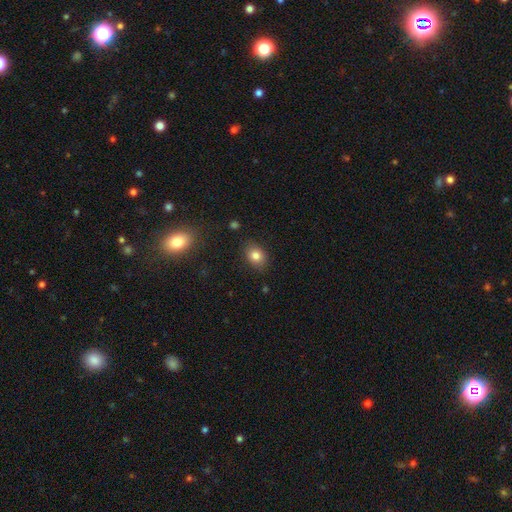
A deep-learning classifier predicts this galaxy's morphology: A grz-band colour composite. It shows a smooth galaxy with no disk features (81%) that is in between round and cigar-shaped (56%). Merging: none (86%).